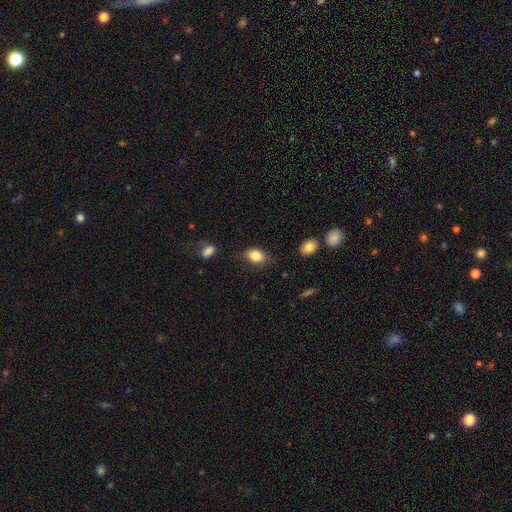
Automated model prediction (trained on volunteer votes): smooth 83%, star or artifact 9%, featured or disk 8%. Down the decision tree: how rounded — in between (71%); merging — none (68%).